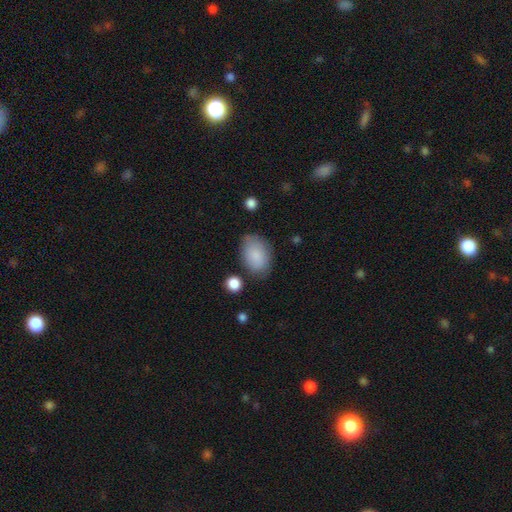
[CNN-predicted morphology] This is clearly a smooth galaxy (86%). How rounded: clearly in between (88%). Merging: likely none (72%).